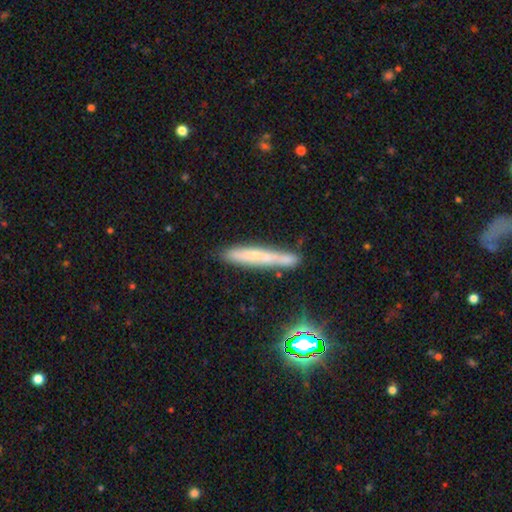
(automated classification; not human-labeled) A smooth galaxy with no disk features (52%) that is cigar-shaped (94%).

Vote fractions:
- Smooth or featured? smooth: 52% / featured or disk: 35% / star or artifact: 13%
- How rounded? cigar-shaped: 94% / in between: 4% / round: 2%
- Merging? none: 72% / minor disturbance: 17% / merger: 6% / major disturbance: 4%